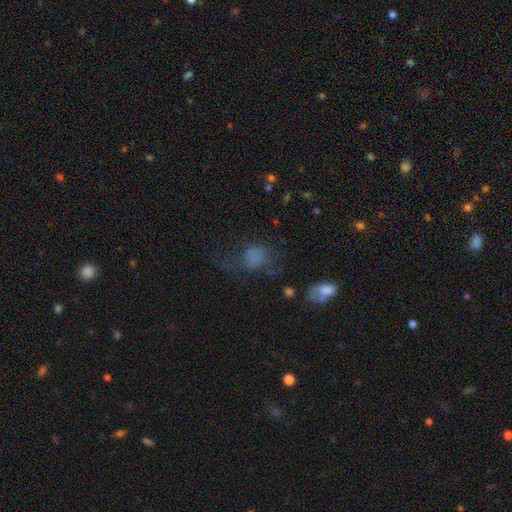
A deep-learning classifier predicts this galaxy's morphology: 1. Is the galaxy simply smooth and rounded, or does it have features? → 67% smooth, 18% star or artifact, 15% featured or disk.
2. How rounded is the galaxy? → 59% round, 39% in between, 2% cigar-shaped.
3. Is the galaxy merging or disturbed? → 42% none, 30% major disturbance, 22% minor disturbance, 6% merger.